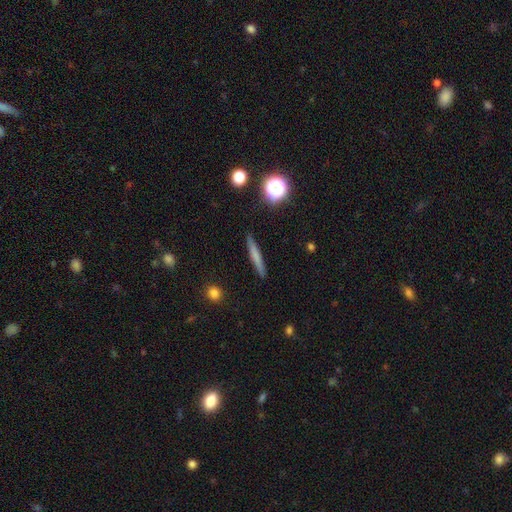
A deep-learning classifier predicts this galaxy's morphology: type=smooth (62%); roundness=cigar-shaped (91%); merging=none (90%).